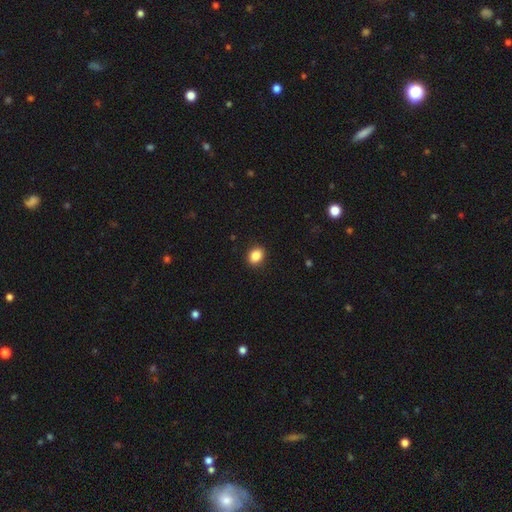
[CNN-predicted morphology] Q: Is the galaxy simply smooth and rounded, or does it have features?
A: smooth — 87%.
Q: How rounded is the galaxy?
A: in between — 51%.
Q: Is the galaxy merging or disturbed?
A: none — 91%.